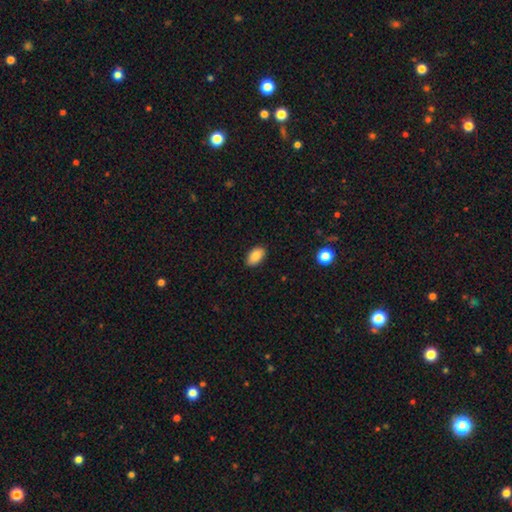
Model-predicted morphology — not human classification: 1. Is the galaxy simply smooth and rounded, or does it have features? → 87% smooth, 8% star or artifact, 5% featured or disk.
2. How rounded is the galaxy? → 93% in between, 5% round, 2% cigar-shaped.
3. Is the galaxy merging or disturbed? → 88% none, 9% minor disturbance, 2% major disturbance, 1% merger.